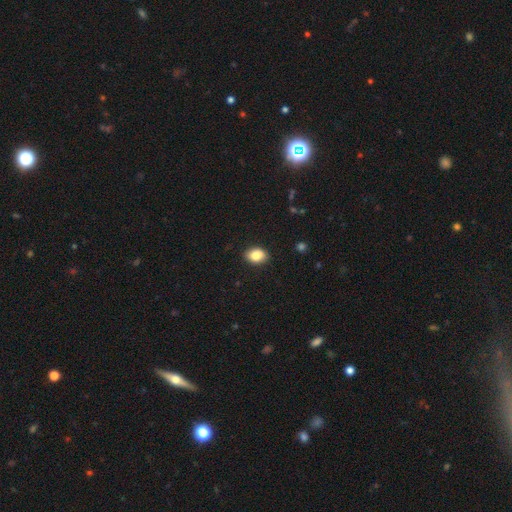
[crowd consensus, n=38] This appears to be a smooth galaxy with no disk features (82%) that is in between round and cigar-shaped (71%). Merging: none (86%).